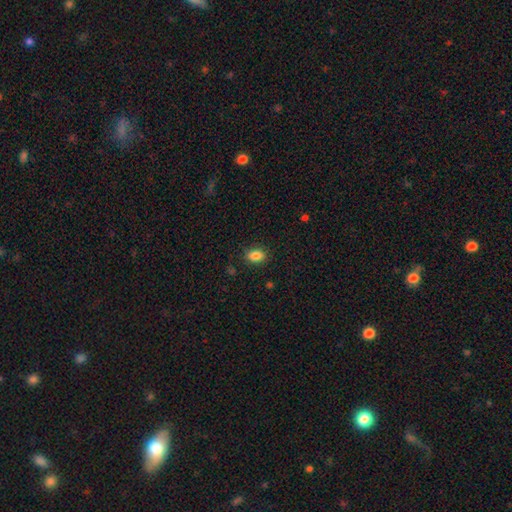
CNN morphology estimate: smooth_or_featured: smooth (p=0.86) [alt: star or artifact p=0.09]
how_rounded: in between (p=0.81) [alt: round p=0.17]
merging: none (p=0.86) [alt: minor disturbance p=0.10]